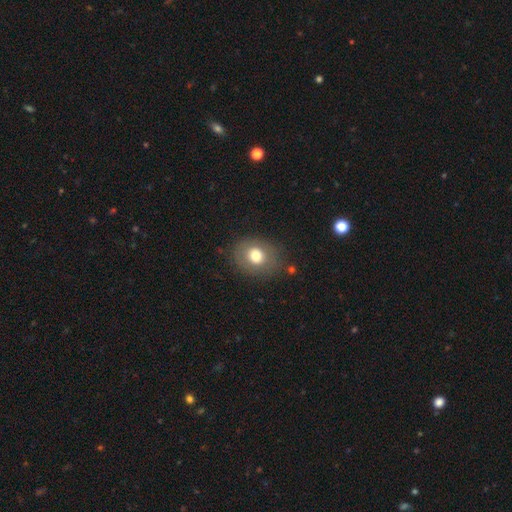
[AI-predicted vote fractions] A smooth galaxy with no disk features (71%) that is round (58%).

Vote fractions:
- Smooth or featured? smooth: 71% / featured or disk: 19% / star or artifact: 10%
- How rounded? round: 58% / in between: 41% / cigar-shaped: 1%
- Merging? none: 80% / minor disturbance: 13% / major disturbance: 5% / merger: 2%